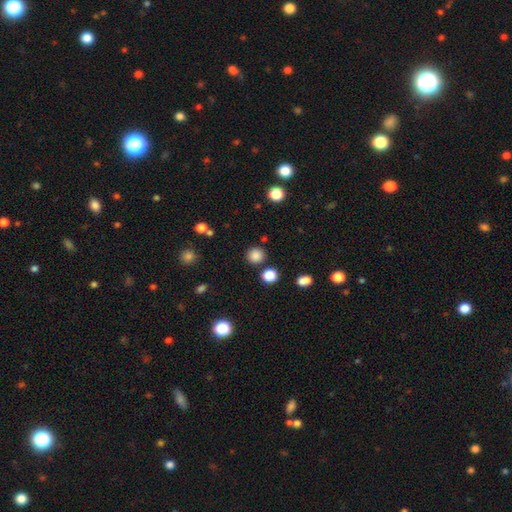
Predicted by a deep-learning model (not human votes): This appears to be a smooth galaxy with no disk features (84%) that is round (92%). Merging: none (87%).